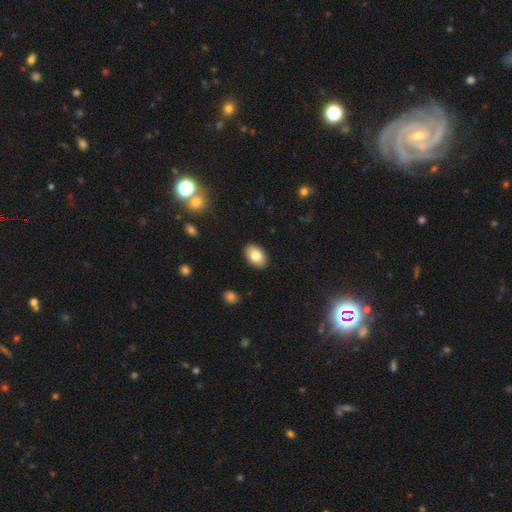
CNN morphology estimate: smooth_or_featured: smooth (p=0.82) [alt: featured or disk p=0.10]
how_rounded: in between (p=0.89) [alt: round p=0.10]
merging: none (p=0.90) [alt: minor disturbance p=0.07]